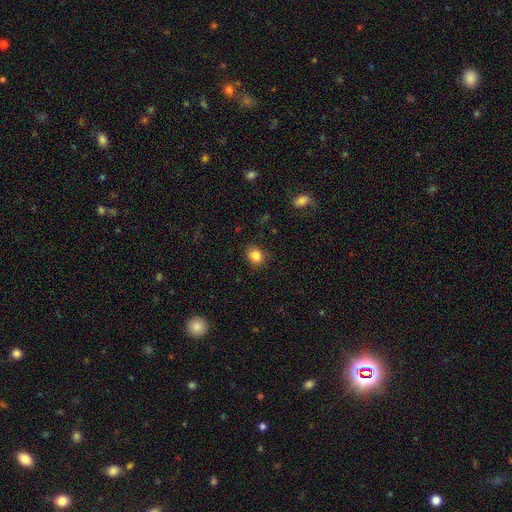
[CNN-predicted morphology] smooth_or_featured: smooth (p=0.85) [alt: star or artifact p=0.10]
how_rounded: round (p=0.65) [alt: in between p=0.34]
merging: none (p=0.84) [alt: minor disturbance p=0.12]